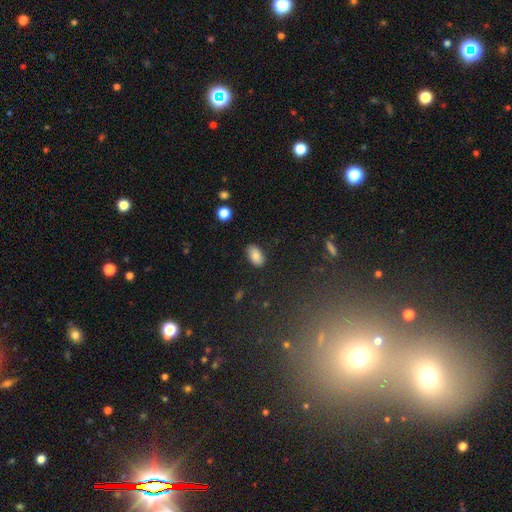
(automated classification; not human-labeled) smooth_or_featured: smooth (p=0.83) [alt: star or artifact p=0.08]
how_rounded: in between (p=0.93) [alt: round p=0.05]
merging: none (p=0.83) [alt: minor disturbance p=0.12]